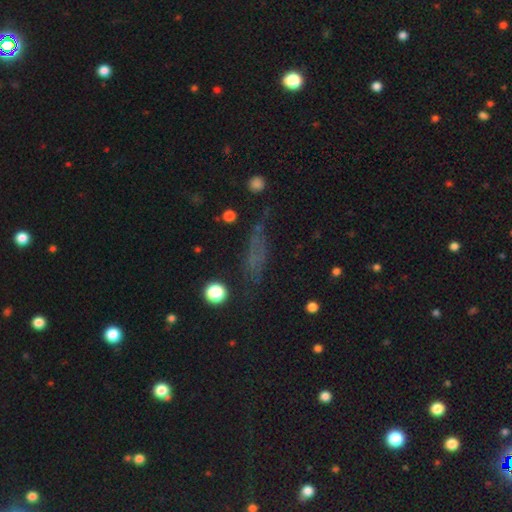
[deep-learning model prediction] smooth-or-featured: smooth: 47% | star or artifact: 32% | featured or disk: 21%
  merging: none: 63% | minor disturbance: 20% | major disturbance: 12% | merger: 5%